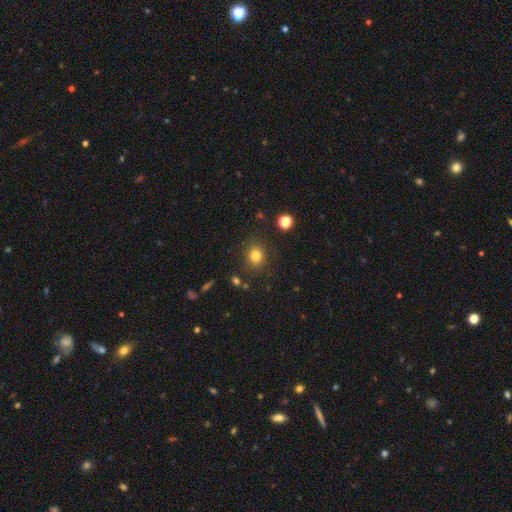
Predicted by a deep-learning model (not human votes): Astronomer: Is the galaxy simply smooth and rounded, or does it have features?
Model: smooth — 81%.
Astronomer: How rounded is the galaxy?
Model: round — 72%.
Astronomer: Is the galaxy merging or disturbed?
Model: none — 84%.